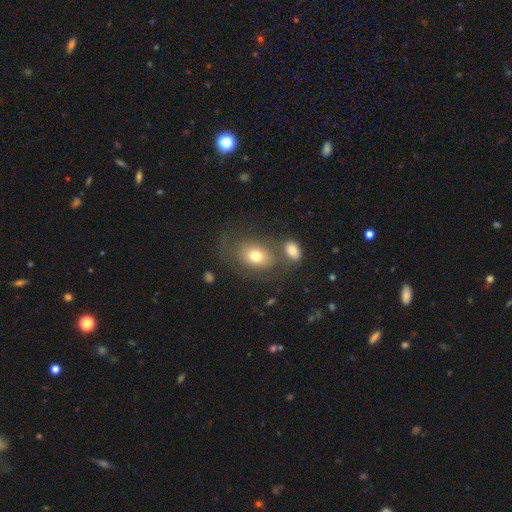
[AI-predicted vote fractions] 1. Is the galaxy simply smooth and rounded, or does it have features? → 70% smooth, 20% featured or disk, 10% star or artifact.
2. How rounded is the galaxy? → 74% in between, 25% round, 1% cigar-shaped.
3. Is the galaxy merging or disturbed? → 53% none, 19% merger, 16% minor disturbance, 12% major disturbance.